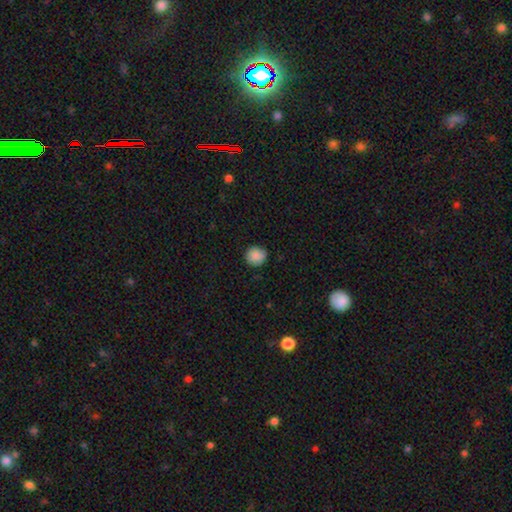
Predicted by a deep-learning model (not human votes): Morphology: type=smooth (88%); roundness=round (90%); merging=none (86%).